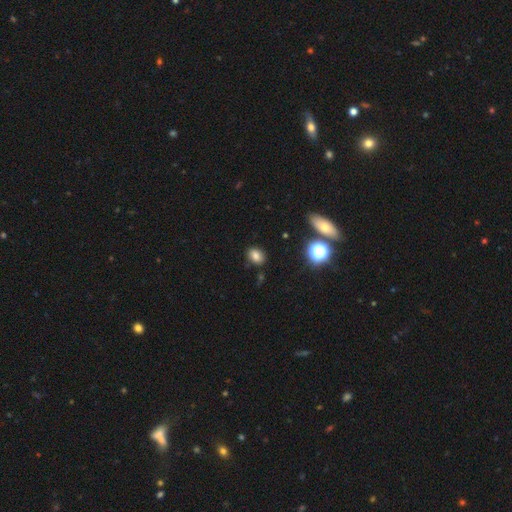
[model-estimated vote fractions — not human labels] smooth-or-featured: smooth: 78% | star or artifact: 14% | featured or disk: 7%
  how-rounded: in between: 61% | round: 38% | cigar-shaped: 1%
  merging: none: 84% | minor disturbance: 11% | merger: 3% | major disturbance: 3%